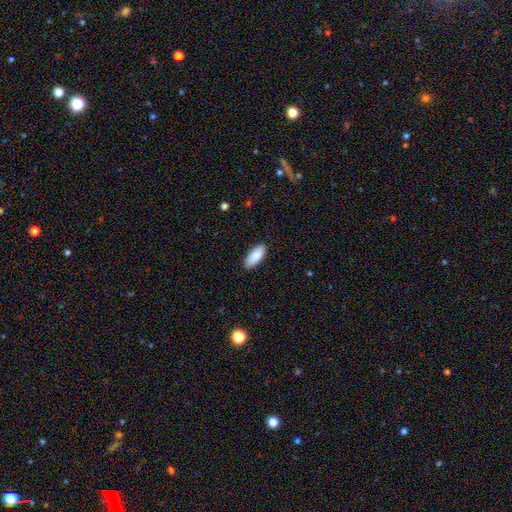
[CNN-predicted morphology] Q: Smooth or featured?
A: smooth (90%); runner-up: star or artifact (6%)
Q: How rounded?
A: in between (83%); runner-up: cigar-shaped (15%)
Q: Merging?
A: none (87%); runner-up: minor disturbance (10%)